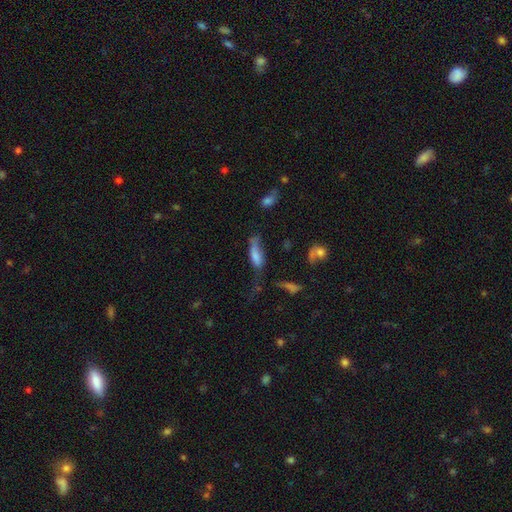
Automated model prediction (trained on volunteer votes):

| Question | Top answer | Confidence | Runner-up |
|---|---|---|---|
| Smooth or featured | smooth | 67% | featured or disk (23%) |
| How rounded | in between | 56% | cigar-shaped (41%) |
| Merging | major disturbance | 37% | minor disturbance (26%) |